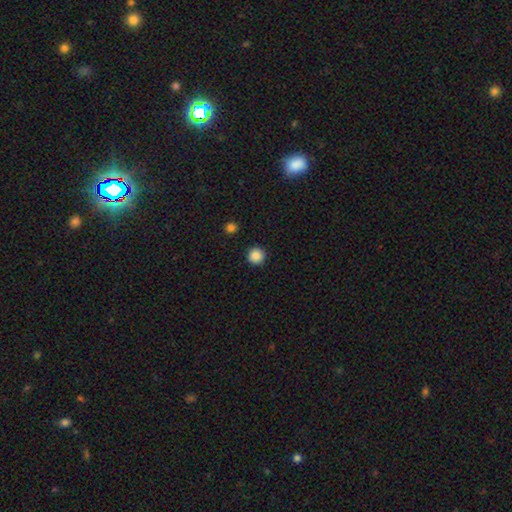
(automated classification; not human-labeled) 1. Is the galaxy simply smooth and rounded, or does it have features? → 88% smooth, 10% star or artifact, 2% featured or disk.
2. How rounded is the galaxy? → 96% round, 3% in between, 1% cigar-shaped.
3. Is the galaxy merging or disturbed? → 93% none, 4% minor disturbance, 2% major disturbance, 1% merger.